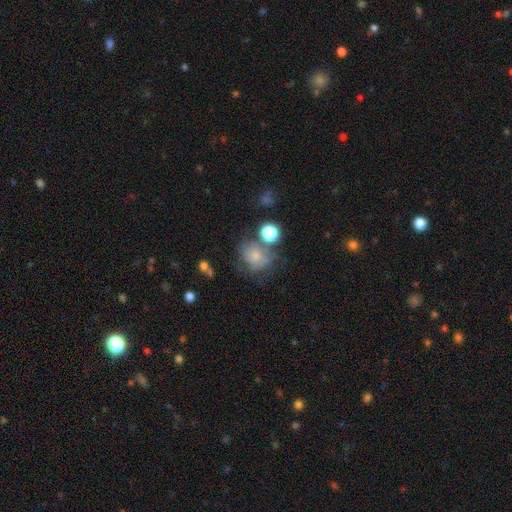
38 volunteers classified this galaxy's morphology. This is clearly a smooth galaxy (84%). How rounded: possibly round (56%). Merging: marginally none (43%).